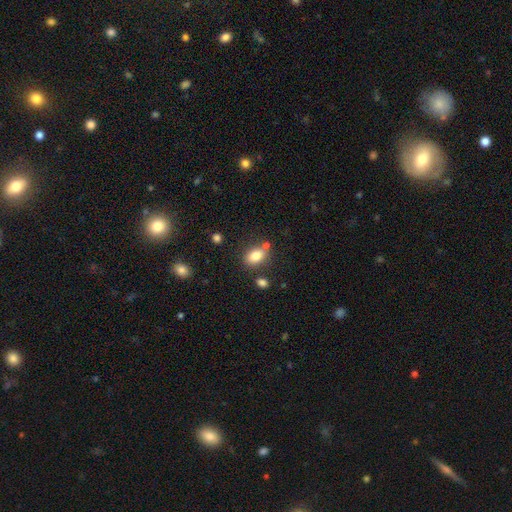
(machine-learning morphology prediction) This is clearly a smooth galaxy (81%). How rounded: likely in between (79%). Merging: likely none (70%).